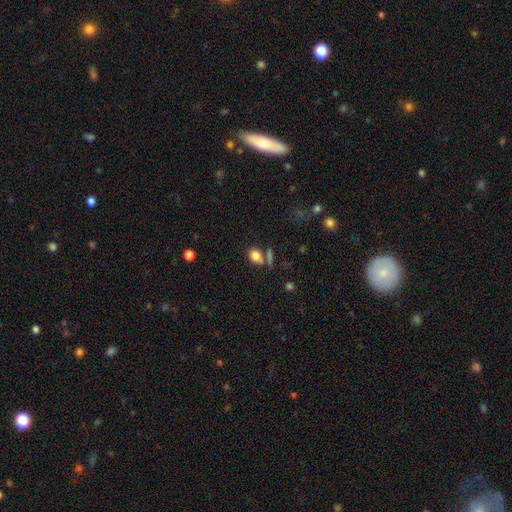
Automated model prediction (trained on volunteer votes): This is clearly a smooth galaxy (80%). How rounded: likely in between (64%). Merging: likely none (61%).